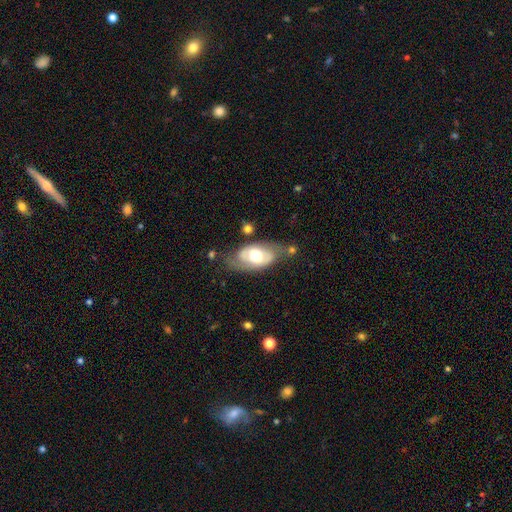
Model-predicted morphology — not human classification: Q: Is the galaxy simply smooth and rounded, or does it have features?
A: featured or disk — 58%.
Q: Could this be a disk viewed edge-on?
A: no — 90%.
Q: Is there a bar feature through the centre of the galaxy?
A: no — 62%.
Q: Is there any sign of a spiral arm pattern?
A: yes — 58%.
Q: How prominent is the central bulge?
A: moderate — 66%.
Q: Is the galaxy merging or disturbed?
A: none — 58%.